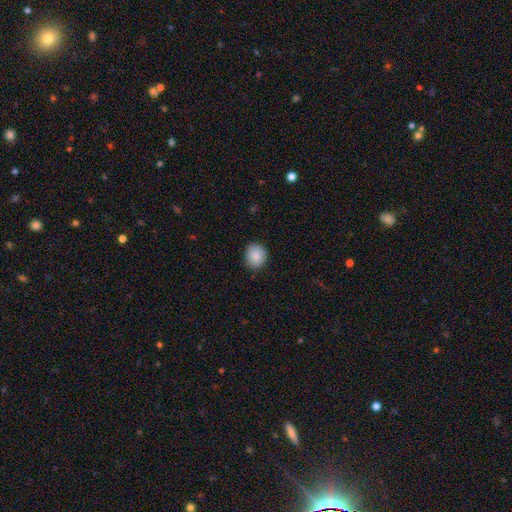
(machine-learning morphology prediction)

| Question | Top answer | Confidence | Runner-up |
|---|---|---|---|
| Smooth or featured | smooth | 88% | star or artifact (8%) |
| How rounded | round | 74% | in between (25%) |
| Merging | none | 86% | minor disturbance (11%) |